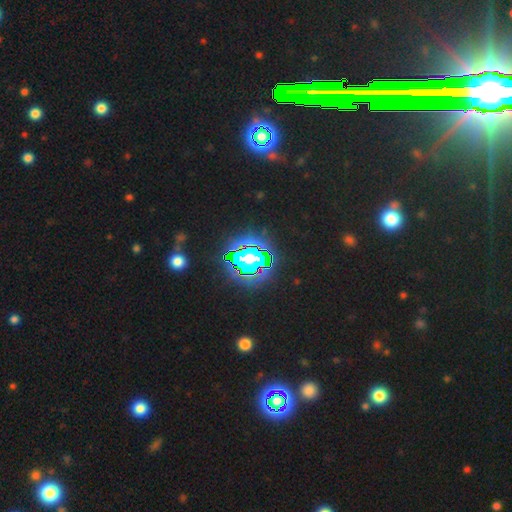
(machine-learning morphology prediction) Smooth or featured?
  - star or artifact: 82% *
  - smooth: 10%
  - featured or disk: 8%